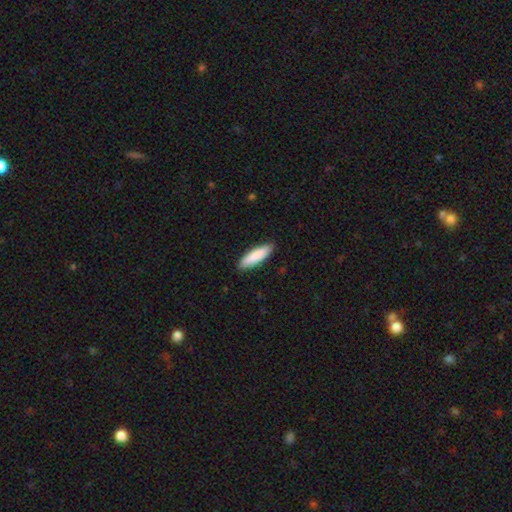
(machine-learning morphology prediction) This is clearly a smooth galaxy (88%). How rounded: possibly cigar-shaped (57%). Merging: clearly none (89%).